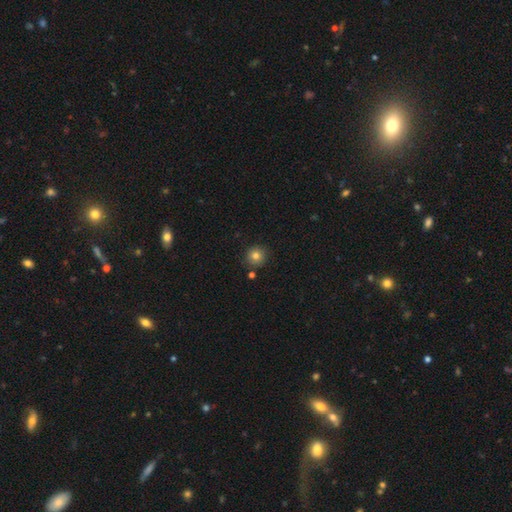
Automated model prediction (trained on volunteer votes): This is clearly a smooth galaxy (81%). How rounded: clearly round (93%). Merging: clearly none (85%).